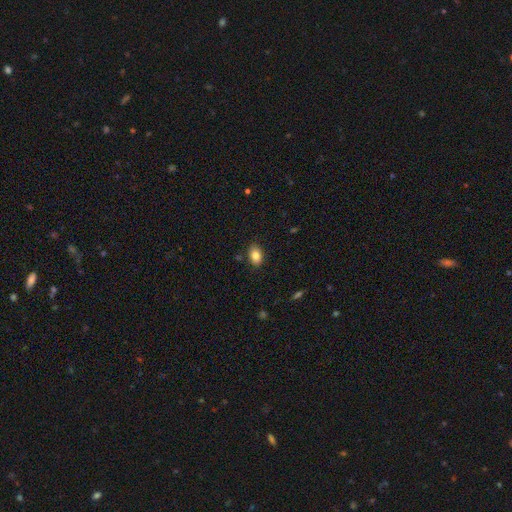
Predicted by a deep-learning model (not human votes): This appears to be a smooth galaxy with no disk features (83%) that is in between round and cigar-shaped (83%). Merging: none (84%).